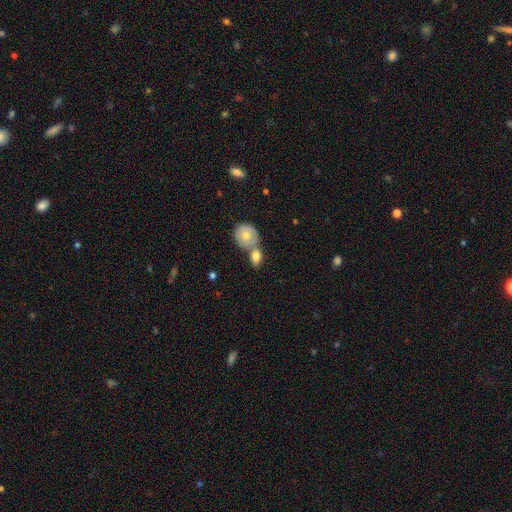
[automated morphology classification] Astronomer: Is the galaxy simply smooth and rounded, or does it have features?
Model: smooth — 74%.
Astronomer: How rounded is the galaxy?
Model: in between — 67%.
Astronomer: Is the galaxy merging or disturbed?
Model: merger — 54% (runner-up: none, 34%).